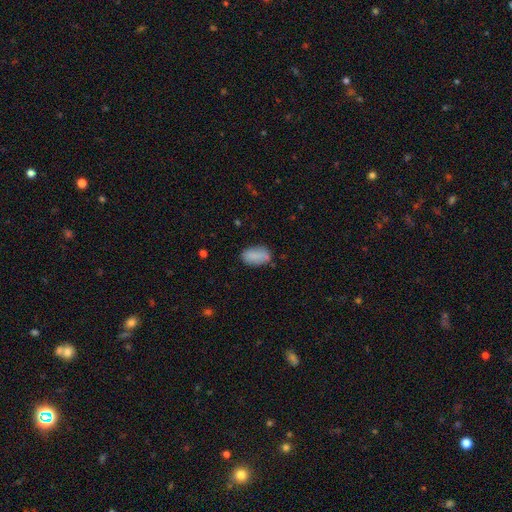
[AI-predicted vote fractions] Morphology: type=smooth (84%); roundness=in between (92%); merging=none (75%).